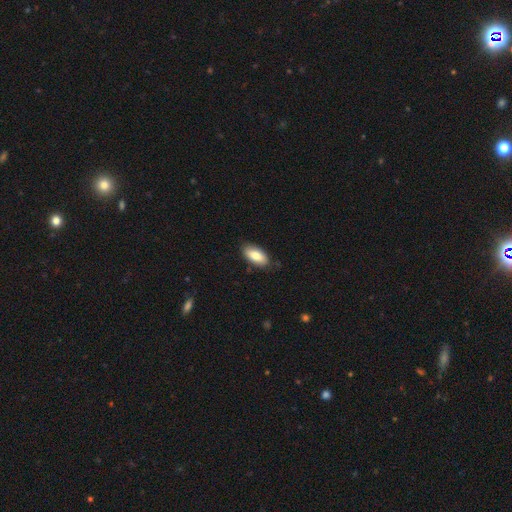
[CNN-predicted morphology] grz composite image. It shows a smooth galaxy with no disk features (81%) that is in between round and cigar-shaped (91%). Merging: none (82%).